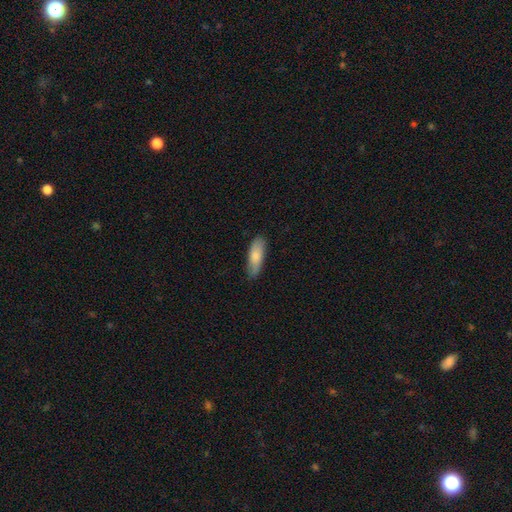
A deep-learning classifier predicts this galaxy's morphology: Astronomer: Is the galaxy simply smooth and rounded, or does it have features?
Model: smooth — 80%.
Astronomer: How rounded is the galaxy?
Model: in between — 57% (runner-up: cigar-shaped, 42%).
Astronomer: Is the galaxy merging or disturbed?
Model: none — 82%.